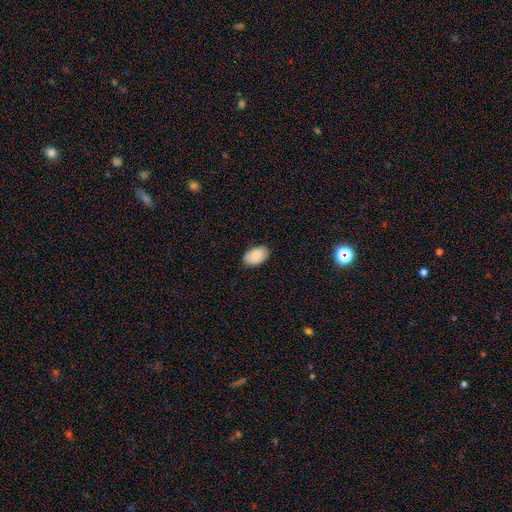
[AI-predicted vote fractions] Q: Smooth or featured?
A: smooth (90%); runner-up: star or artifact (6%)
Q: How rounded?
A: in between (92%); runner-up: round (7%)
Q: Merging?
A: none (84%); runner-up: minor disturbance (13%)